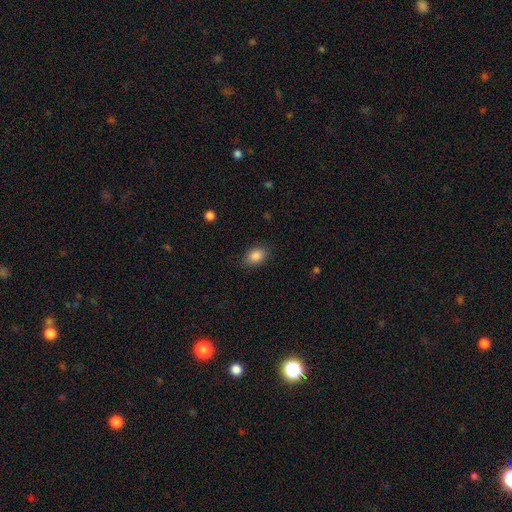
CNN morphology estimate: This is clearly a smooth galaxy (87%). How rounded: clearly in between (80%). Merging: clearly none (83%).